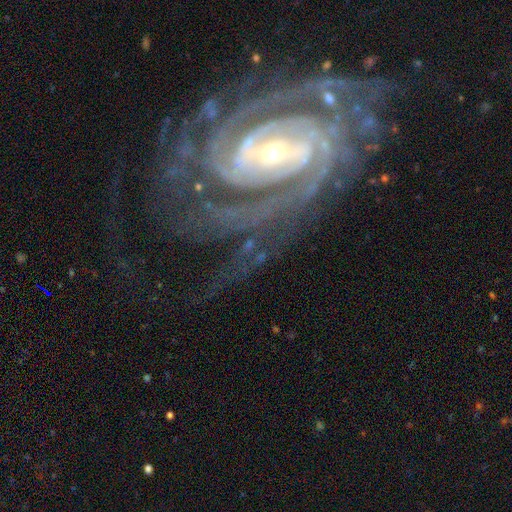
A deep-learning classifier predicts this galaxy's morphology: Smooth or featured? Predicted: featured or disk (p=0.92). Edge-on disk? Predicted: no (p=0.96). Bar? Predicted: strong (p=0.41). Spiral arms? Predicted: yes (p=0.99). Spiral winding? Predicted: tight (p=0.75). Spiral arm count? Predicted: 2 (p=0.29). Bulge size? Predicted: small (p=0.60). Merging? Predicted: none (p=0.70).